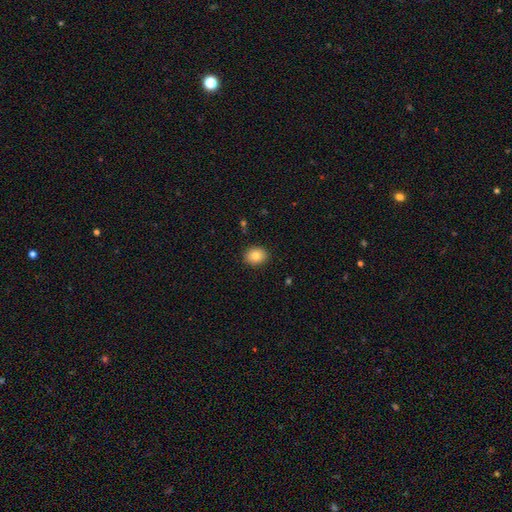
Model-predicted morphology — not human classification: smooth_or_featured: smooth (p=0.84) [alt: star or artifact p=0.09]
how_rounded: round (p=0.50) [alt: in between p=0.49]
merging: none (p=0.89) [alt: minor disturbance p=0.08]